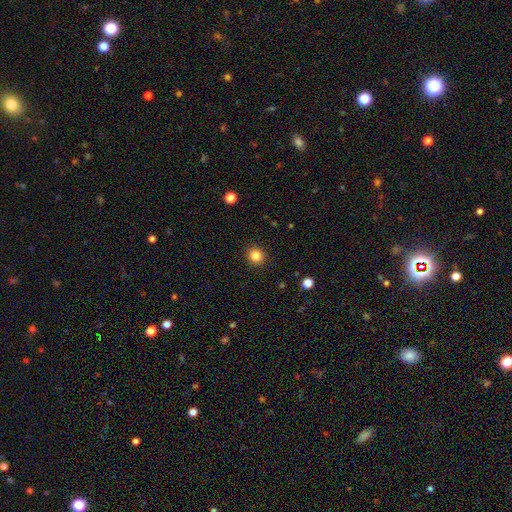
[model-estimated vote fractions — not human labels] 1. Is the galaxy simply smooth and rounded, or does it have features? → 84% smooth, 12% star or artifact, 5% featured or disk.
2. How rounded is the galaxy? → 84% round, 15% in between, 1% cigar-shaped.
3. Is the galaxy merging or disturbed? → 91% none, 6% minor disturbance, 2% major disturbance, 1% merger.